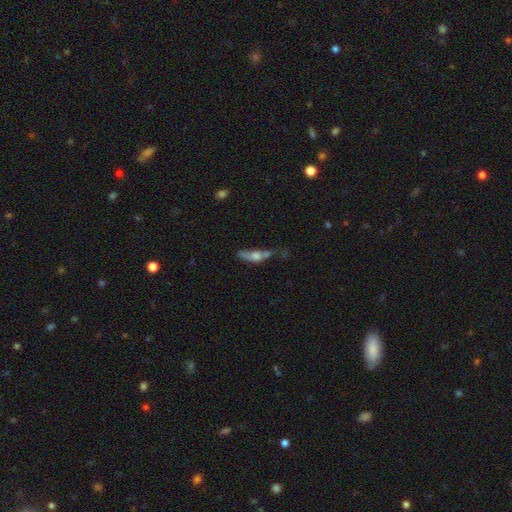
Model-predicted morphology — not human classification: Smooth or featured? Predicted: featured or disk (p=0.46). Merging? Predicted: none (p=0.31, tied with major disturbance).